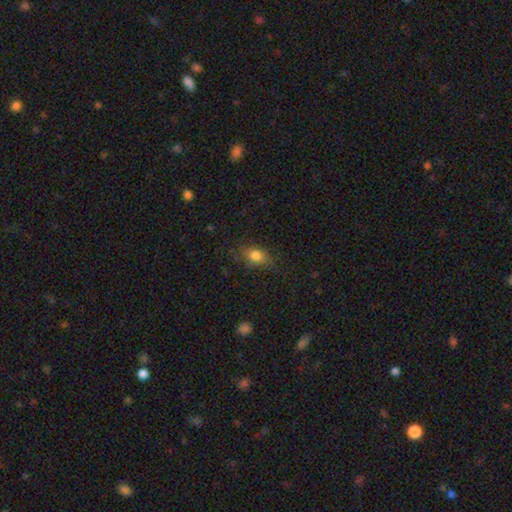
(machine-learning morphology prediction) Smooth or featured? smooth (79%)
How rounded? in between (70%)
Merging? none (74%)